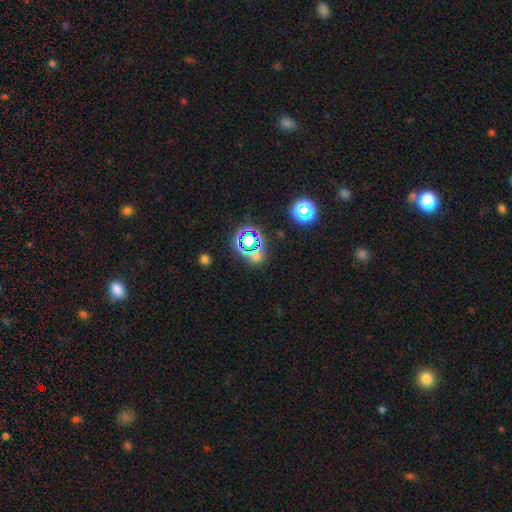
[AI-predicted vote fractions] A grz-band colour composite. It shows a star or artifact, not a galaxy (59%).